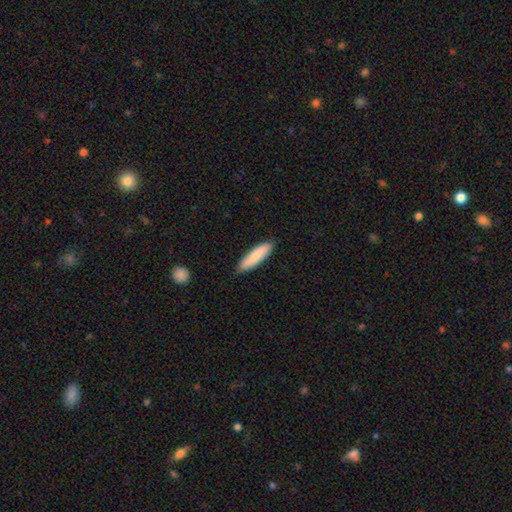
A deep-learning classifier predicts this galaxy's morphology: This appears to be a smooth galaxy with no disk features (83%) that is cigar-shaped (73%). Merging: none (88%).